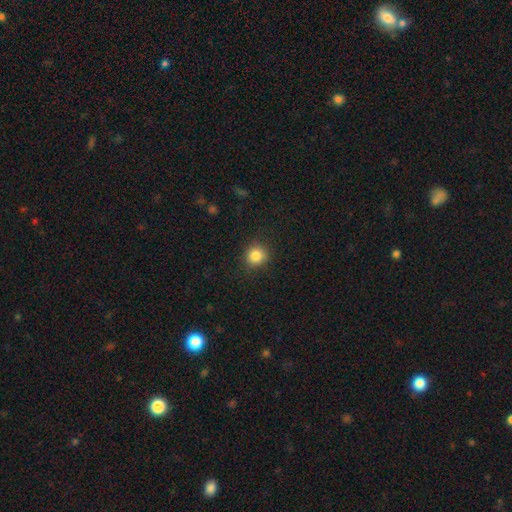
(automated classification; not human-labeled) Smooth or featured?
  - smooth: 85% *
  - star or artifact: 11%
  - featured or disk: 5%
How rounded?
  - round: 90% *
  - in between: 9%
  - cigar-shaped: 1%
Merging?
  - none: 87% *
  - minor disturbance: 9%
  - major disturbance: 3%
  - merger: 1%